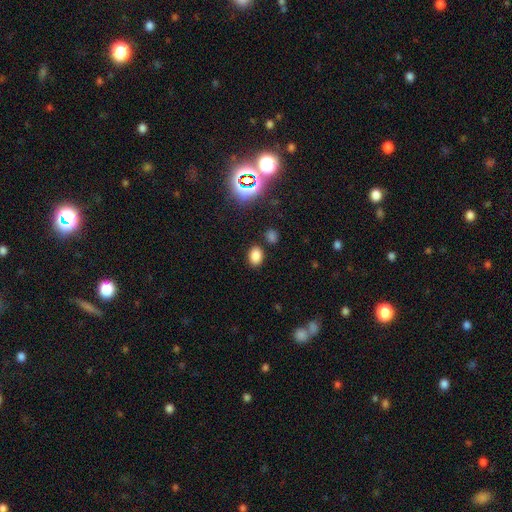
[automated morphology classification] type=smooth (79%); roundness=in between (75%); merging=none (82%).